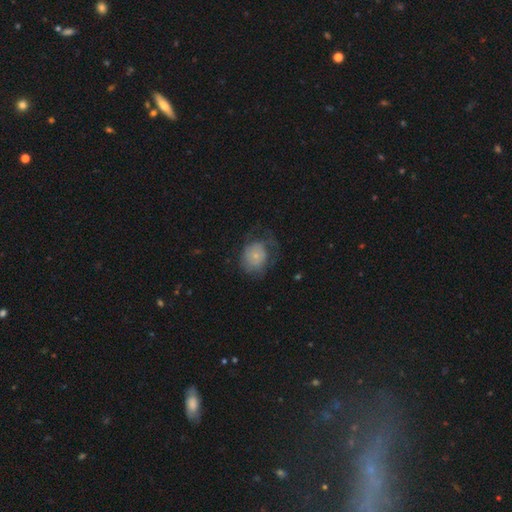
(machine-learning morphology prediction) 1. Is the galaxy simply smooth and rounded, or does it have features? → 56% smooth, 35% featured or disk, 9% star or artifact.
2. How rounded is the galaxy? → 62% round, 37% in between, 1% cigar-shaped.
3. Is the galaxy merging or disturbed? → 39% none, 34% major disturbance, 26% minor disturbance, 1% merger.